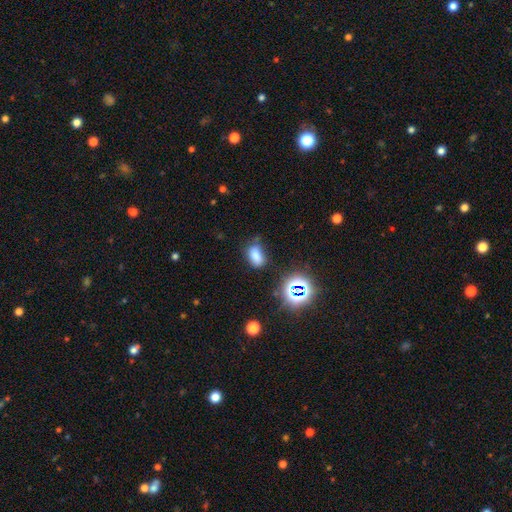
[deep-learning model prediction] smooth 73%, star or artifact 19%, featured or disk 8%. Down the decision tree: how rounded — in between (84%); merging — none (60%).